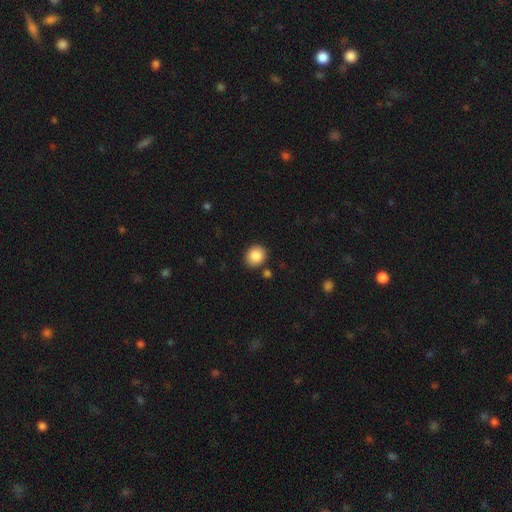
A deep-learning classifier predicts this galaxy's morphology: Smooth or featured? Predicted: smooth (p=0.87). How rounded? Predicted: round (p=0.79). Merging? Predicted: none (p=0.86).